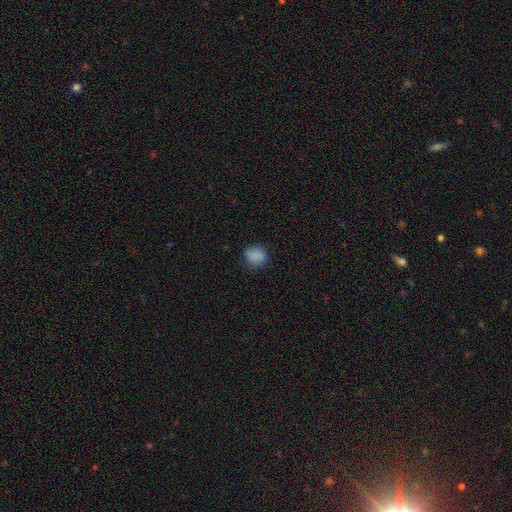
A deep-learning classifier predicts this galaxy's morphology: Smooth or featured? Predicted: smooth (p=0.84). How rounded? Predicted: round (p=0.63). Merging? Predicted: none (p=0.76).